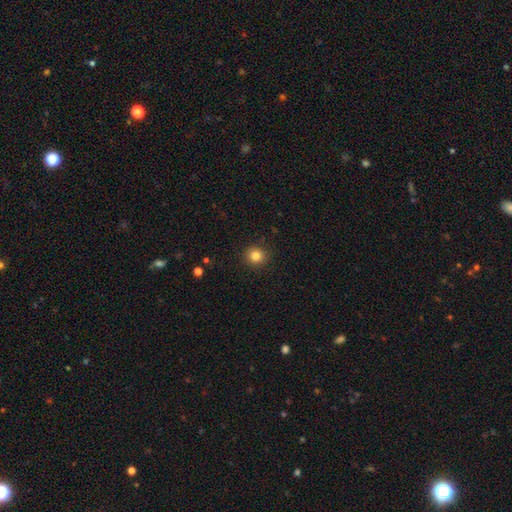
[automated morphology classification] Smooth or featured? Predicted: smooth (p=0.83). How rounded? Predicted: round (p=0.92). Merging? Predicted: none (p=0.91).